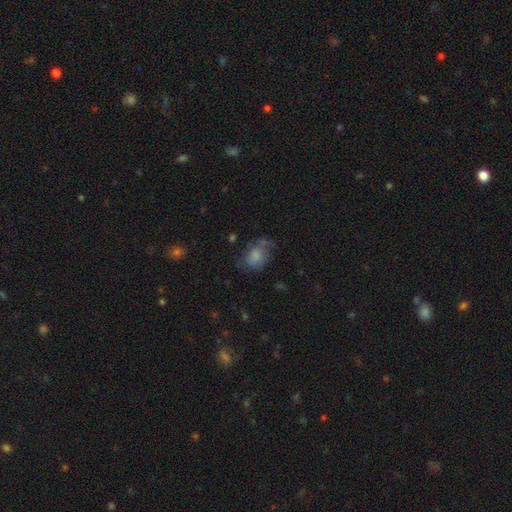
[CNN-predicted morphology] This is likely a smooth galaxy (73%). How rounded: likely in between (73%). Merging: marginally none (45%).